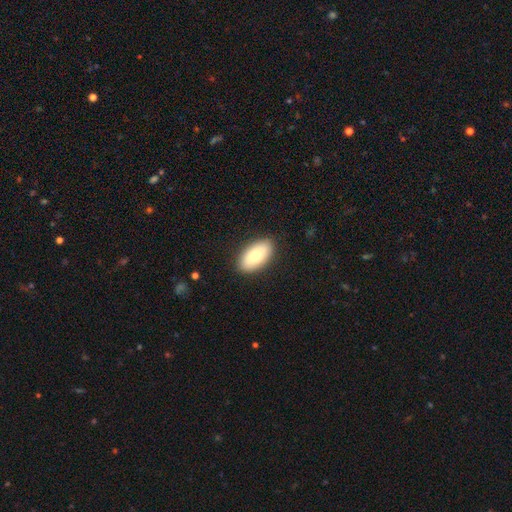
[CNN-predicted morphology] A smooth galaxy with no disk features (77%) that is in between round and cigar-shaped (94%).

Vote fractions:
- Smooth or featured? smooth: 77% / featured or disk: 16% / star or artifact: 6%
- How rounded? in between: 94% / round: 3% / cigar-shaped: 3%
- Merging? none: 88% / minor disturbance: 9% / major disturbance: 2% / merger: 1%